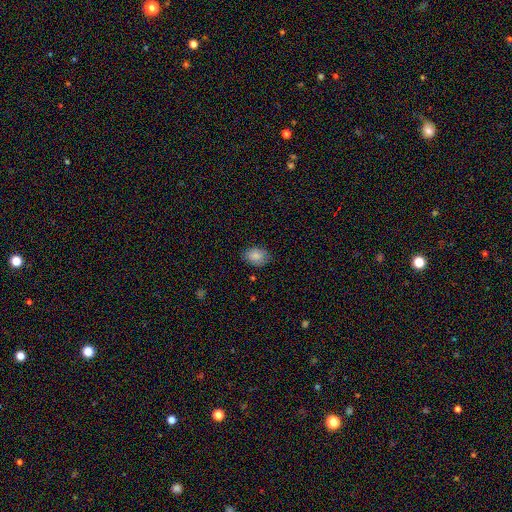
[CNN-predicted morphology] Smooth or featured? smooth (85%)
How rounded? in between (72%)
Merging? none (80%)